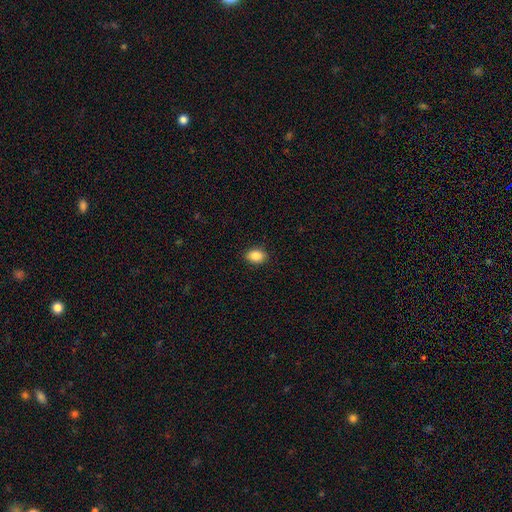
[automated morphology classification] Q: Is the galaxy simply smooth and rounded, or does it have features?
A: smooth — 87%.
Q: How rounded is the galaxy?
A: in between — 75%.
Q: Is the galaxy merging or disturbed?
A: none — 88%.